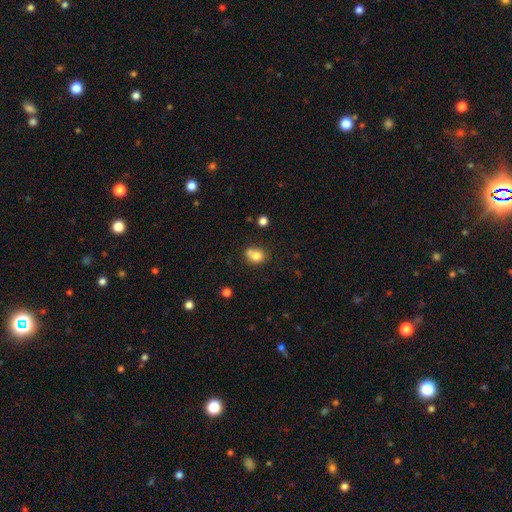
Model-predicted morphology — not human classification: A smooth galaxy with no disk features (77%) that is round (60%). Merging: none (48%).